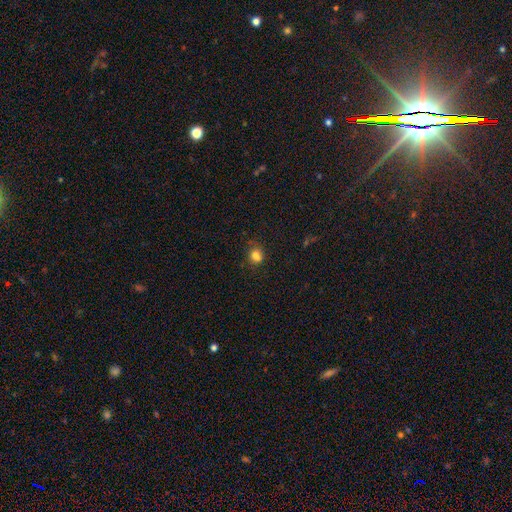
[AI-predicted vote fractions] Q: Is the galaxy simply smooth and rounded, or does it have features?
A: smooth — 78%.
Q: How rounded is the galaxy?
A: round — 67%.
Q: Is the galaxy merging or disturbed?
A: none — 59%.